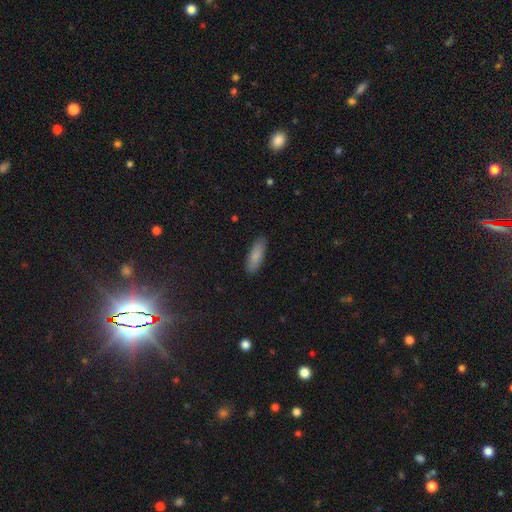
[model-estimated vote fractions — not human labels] A smooth galaxy with no disk features (86%) that is in between round and cigar-shaped (54%).

Vote fractions:
- Smooth or featured? smooth: 86% / featured or disk: 8% / star or artifact: 6%
- How rounded? in between: 54% / cigar-shaped: 45% / round: 2%
- Merging? none: 88% / minor disturbance: 9% / major disturbance: 2% / merger: 1%